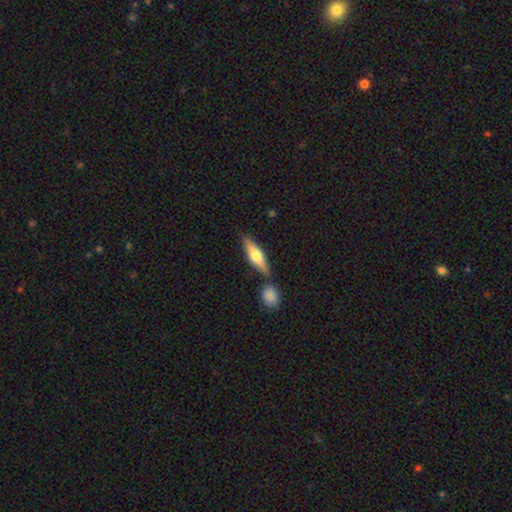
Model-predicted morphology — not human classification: Q: Smooth or featured?
A: smooth (51%); runner-up: featured or disk (43%)
Q: How rounded?
A: cigar-shaped (60%); runner-up: in between (37%)
Q: Merging?
A: none (71%); runner-up: merger (14%)